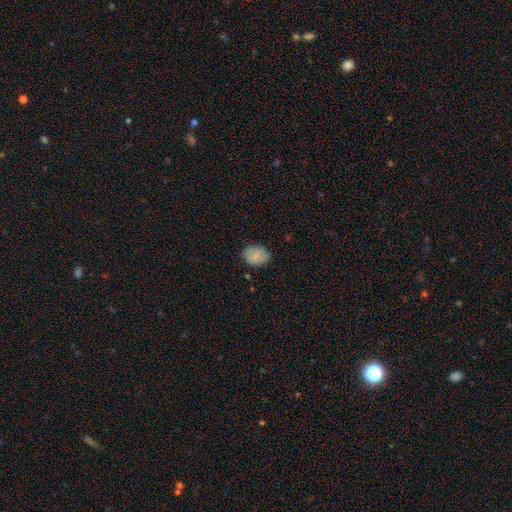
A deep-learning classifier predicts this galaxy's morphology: Smooth or featured: smooth — 79% (featured or disk — 13%)
How rounded: in between — 59% (round — 40%)
Merging: none — 80% (minor disturbance — 15%)